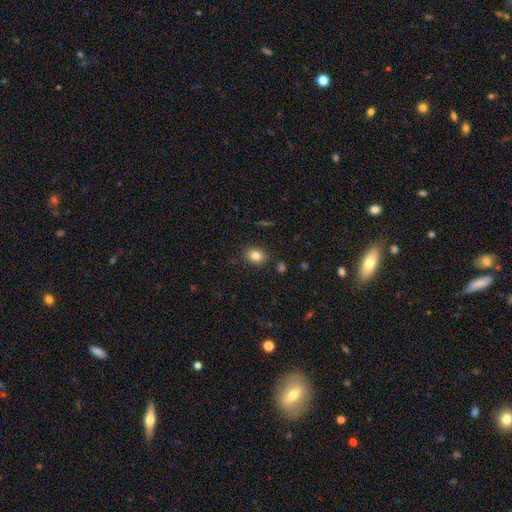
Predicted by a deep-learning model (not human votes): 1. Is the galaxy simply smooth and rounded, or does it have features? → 83% smooth, 10% star or artifact, 7% featured or disk.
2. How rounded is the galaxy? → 57% in between, 42% round, 1% cigar-shaped.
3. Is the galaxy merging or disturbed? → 86% none, 10% minor disturbance, 2% major disturbance, 2% merger.